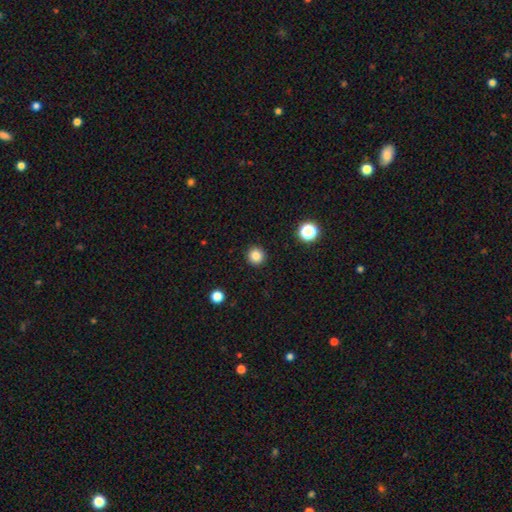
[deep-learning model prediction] This is clearly a smooth galaxy (84%). How rounded: clearly round (95%). Merging: clearly none (93%).